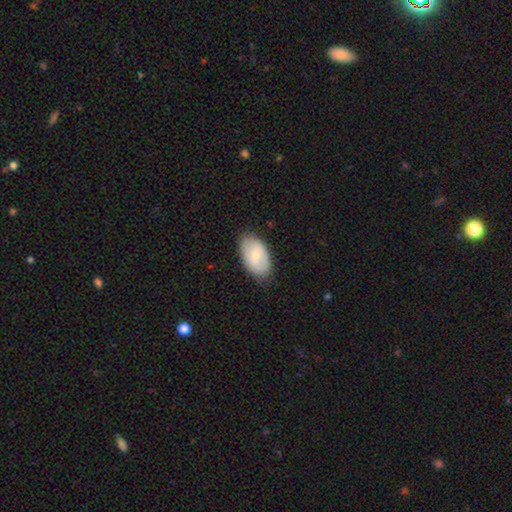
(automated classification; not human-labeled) Smooth or featured? smooth (64%)
How rounded? in between (93%)
Merging? none (79%)